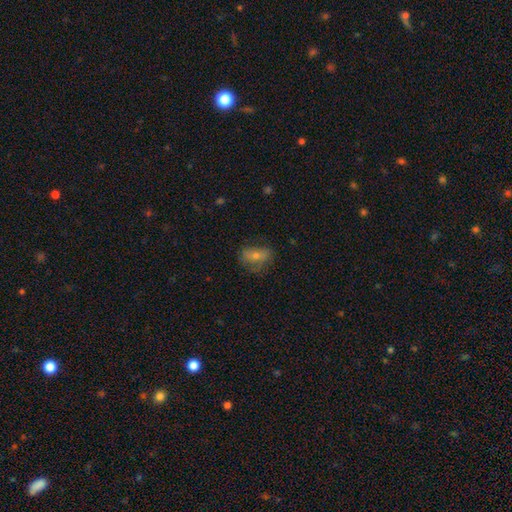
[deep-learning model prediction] smooth 55%, featured or disk 30%, star or artifact 14%. Down the decision tree: how rounded — in between (73%); merging — none (66%).